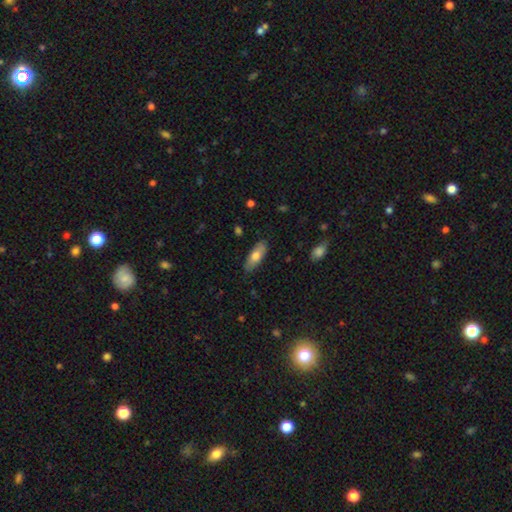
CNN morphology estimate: Smooth or featured: smooth — 70% (featured or disk — 25%)
How rounded: in between — 73% (cigar-shaped — 25%)
Merging: none — 82% (minor disturbance — 14%)